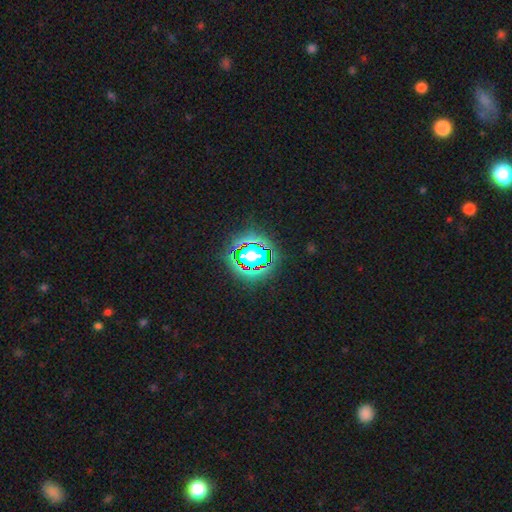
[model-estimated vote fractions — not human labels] Smooth or featured: star or artifact — 82% (smooth — 11%)